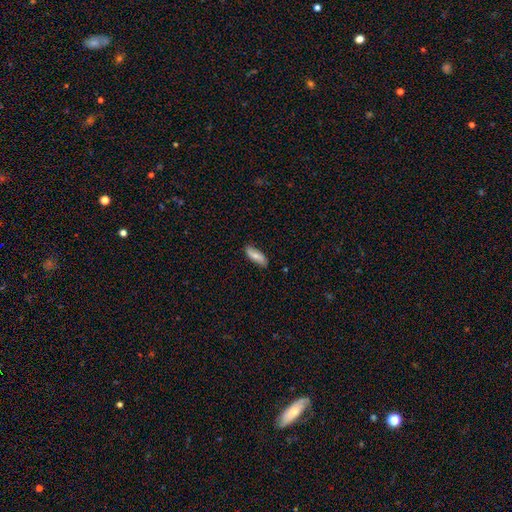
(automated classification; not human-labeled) smooth 69%, featured or disk 25%, star or artifact 6%. Down the decision tree: how rounded — in between (67%); merging — none (83%).